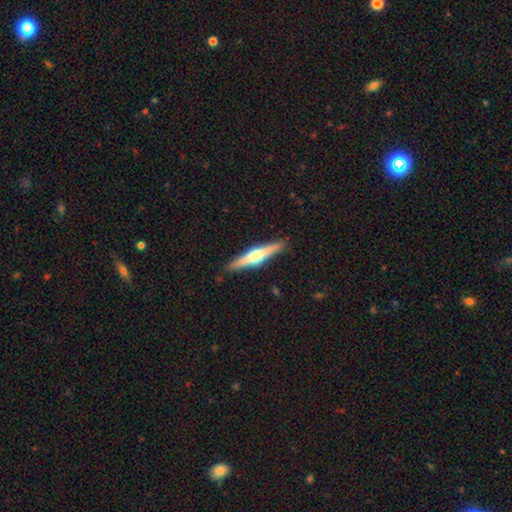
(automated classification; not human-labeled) Smooth or featured? Predicted: featured or disk (p=0.71). Edge-on disk? Predicted: yes (p=0.98). Edge-on bulge? Predicted: rounded (p=0.93). Merging? Predicted: none (p=0.90).